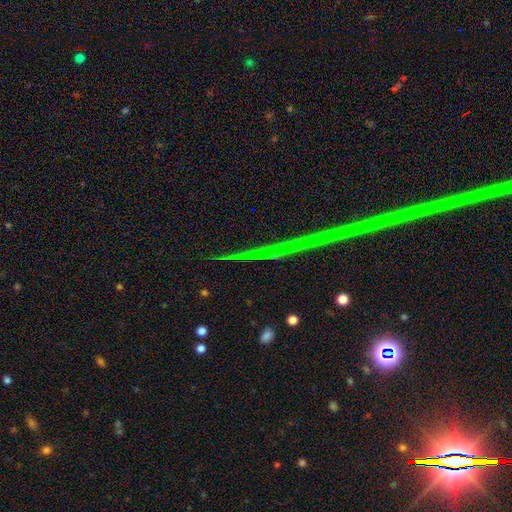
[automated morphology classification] type=star or artifact (84%).